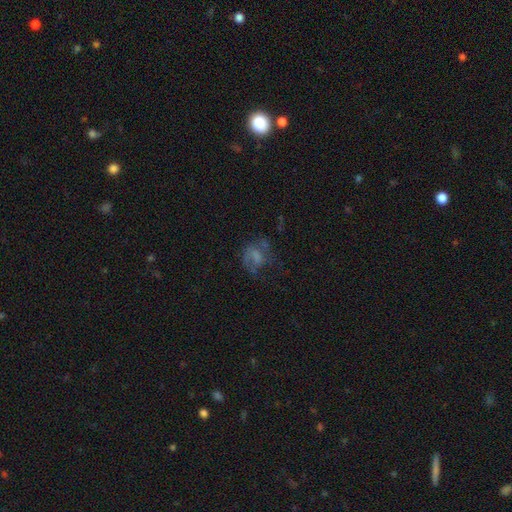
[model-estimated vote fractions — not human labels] Smooth or featured? Predicted: featured or disk (p=0.45). Merging? Predicted: major disturbance (p=0.38).